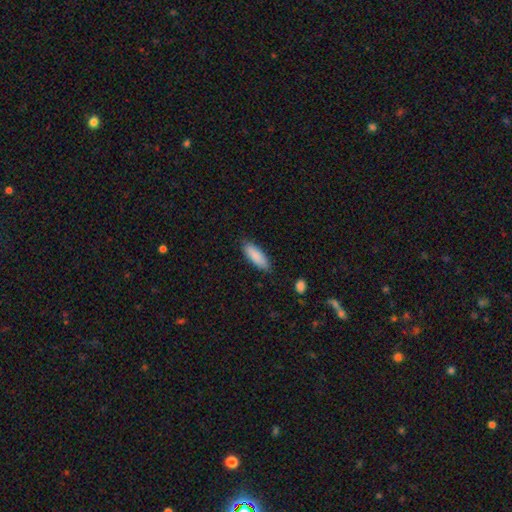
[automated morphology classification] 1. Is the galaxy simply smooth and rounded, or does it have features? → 87% smooth, 7% featured or disk, 6% star or artifact.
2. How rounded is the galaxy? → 66% in between, 33% cigar-shaped, 2% round.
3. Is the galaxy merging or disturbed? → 84% none, 12% minor disturbance, 2% major disturbance, 1% merger.